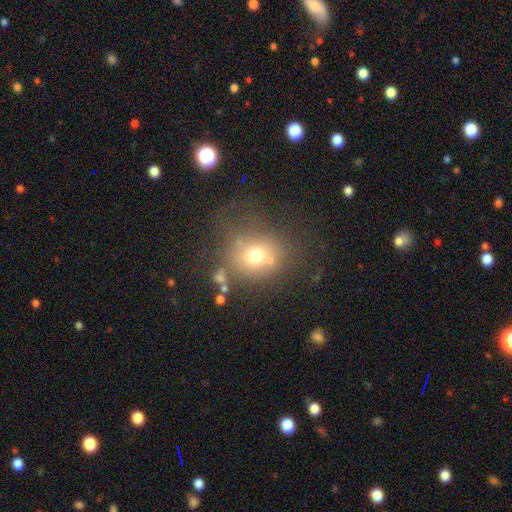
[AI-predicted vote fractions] This is likely a smooth galaxy (66%). How rounded: likely round (79%). Merging: possibly none (60%).